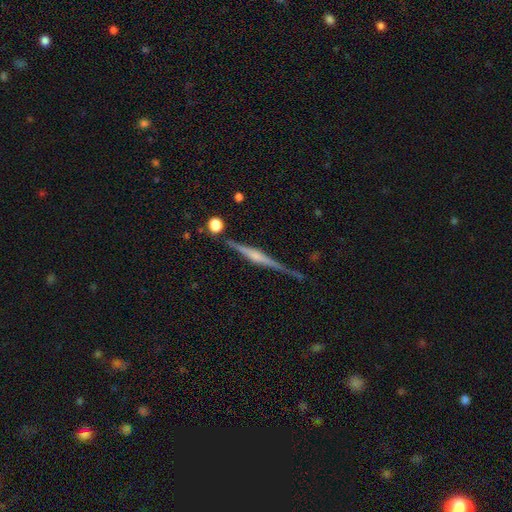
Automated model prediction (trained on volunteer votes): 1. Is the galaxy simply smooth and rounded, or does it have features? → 80% featured or disk, 13% smooth, 7% star or artifact.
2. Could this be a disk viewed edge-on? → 98% yes, 2% no.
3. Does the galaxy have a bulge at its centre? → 67% rounded, 19% boxy, 14% none.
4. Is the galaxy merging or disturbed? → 83% none, 12% minor disturbance, 3% merger, 3% major disturbance.